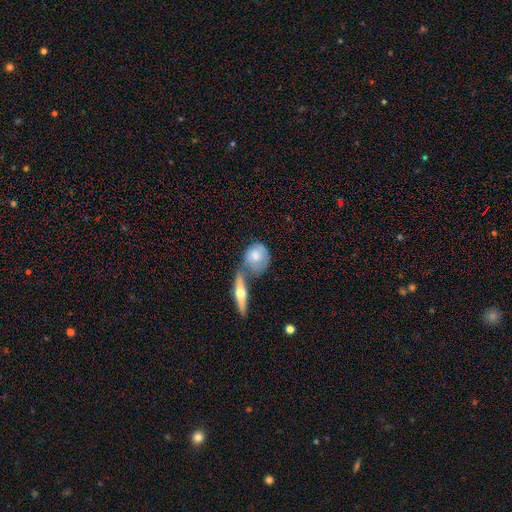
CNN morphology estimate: Smooth or featured: smooth — 58% (featured or disk — 36%)
How rounded: round — 61% (in between — 32%)
Merging: none — 48% (merger — 28%)